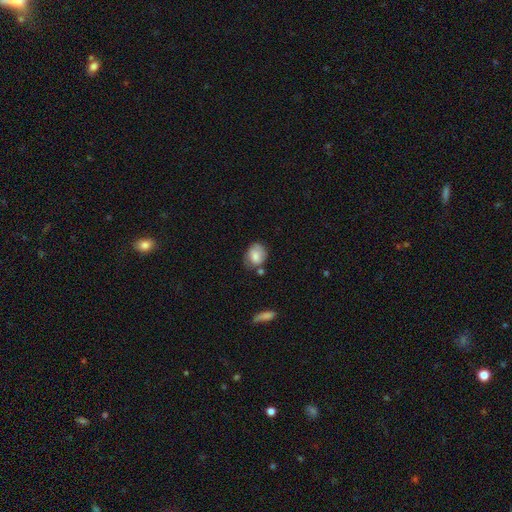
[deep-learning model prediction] smooth 79%, featured or disk 14%, star or artifact 8%. Down the decision tree: how rounded — in between (55%); merging — none (53%).